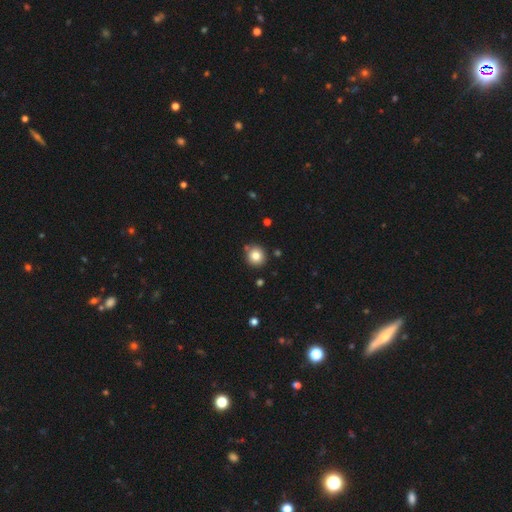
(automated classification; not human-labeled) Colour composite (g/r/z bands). It shows a smooth galaxy with no disk features (82%) that is round (92%). Merging: none (84%).